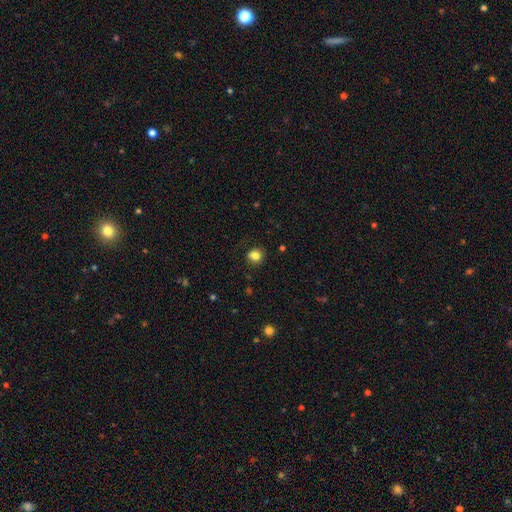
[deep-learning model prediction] Q: Smooth or featured?
A: smooth (81%); runner-up: star or artifact (12%)
Q: How rounded?
A: round (78%); runner-up: in between (21%)
Q: Merging?
A: none (77%); runner-up: minor disturbance (16%)